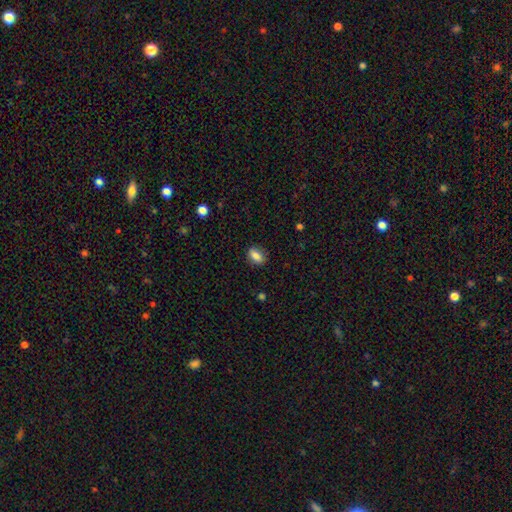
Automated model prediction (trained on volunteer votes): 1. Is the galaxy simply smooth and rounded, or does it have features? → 82% smooth, 10% featured or disk, 8% star or artifact.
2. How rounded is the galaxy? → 81% in between, 14% round, 5% cigar-shaped.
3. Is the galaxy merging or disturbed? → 84% none, 12% minor disturbance, 3% major disturbance, 1% merger.